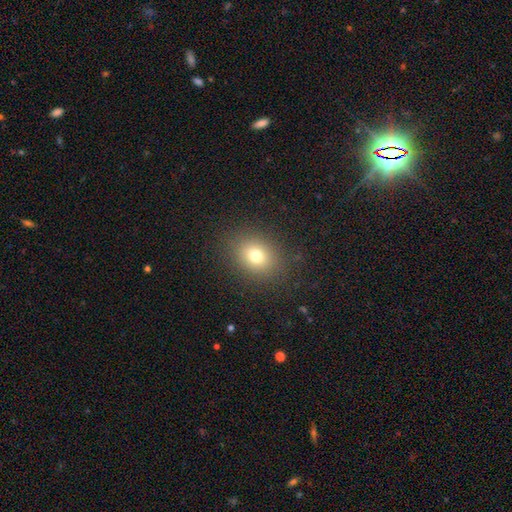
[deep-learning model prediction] Smooth or featured? smooth (75%)
How rounded? in between (50%)
Merging? none (86%)